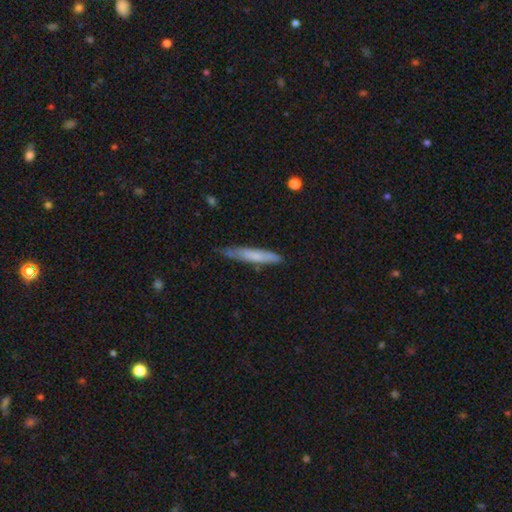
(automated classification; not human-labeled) This is likely a smooth galaxy (63%). How rounded: clearly cigar-shaped (92%). Merging: likely none (69%).